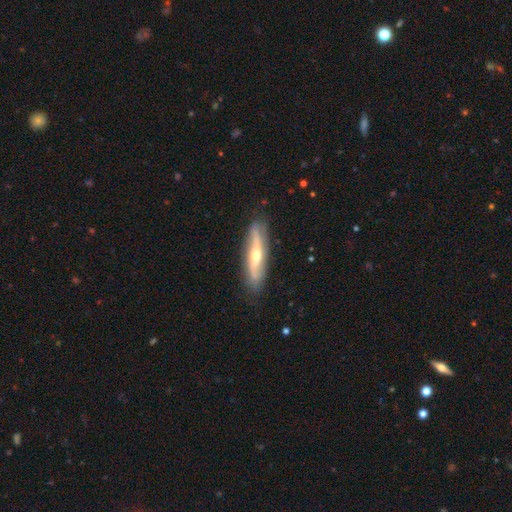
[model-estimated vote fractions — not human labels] Q: Smooth or featured?
A: featured or disk (69%); runner-up: smooth (26%)
Q: Edge-on disk?
A: no (60%); runner-up: yes (40%)
Q: Merging?
A: none (81%); runner-up: minor disturbance (14%)